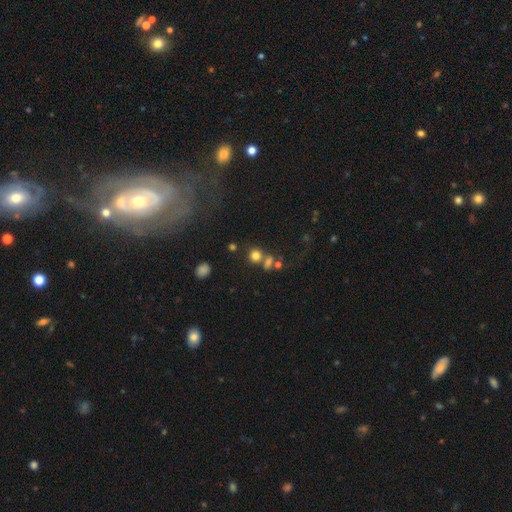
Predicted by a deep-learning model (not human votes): smooth 76%, star or artifact 16%, featured or disk 8%. Down the decision tree: how rounded — round (85%); merging — none (57%).